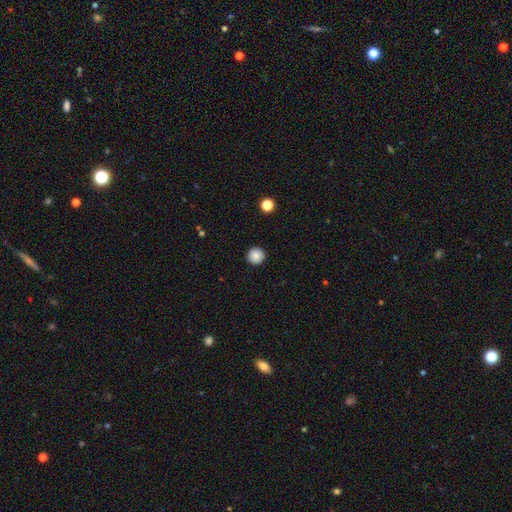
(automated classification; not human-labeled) This is clearly a smooth galaxy (86%). How rounded: clearly round (96%). Merging: clearly none (93%).